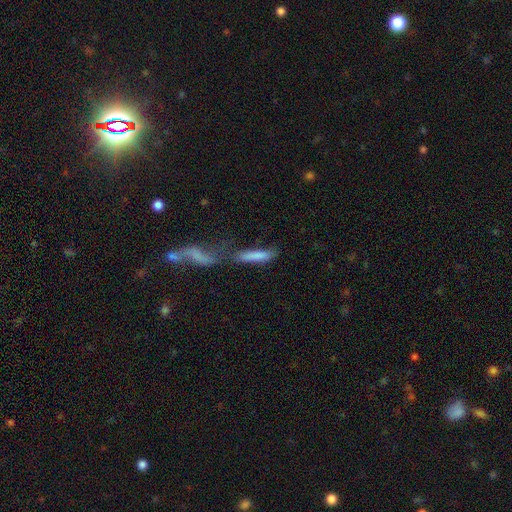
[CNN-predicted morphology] smooth-or-featured: smooth: 72% | featured or disk: 20% | star or artifact: 8%
  how-rounded: cigar-shaped: 79% | in between: 19% | round: 2%
  merging: merger: 47% | none: 29% | minor disturbance: 12% | major disturbance: 12%